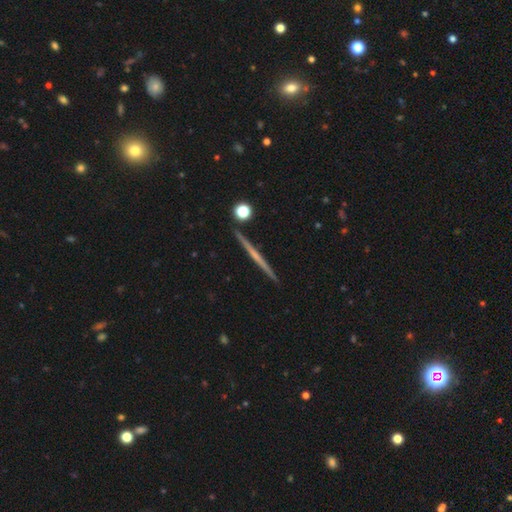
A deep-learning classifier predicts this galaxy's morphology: A featured or disk galaxy (66%) viewed edge-on (98%) with no central bulge (72%). Merging: none (92%).